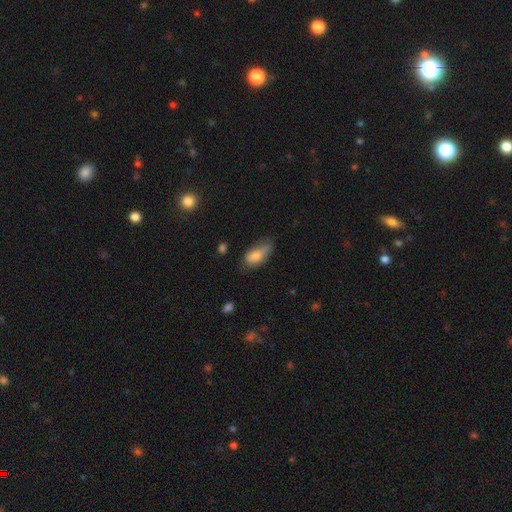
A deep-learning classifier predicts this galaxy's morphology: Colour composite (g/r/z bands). It shows a smooth galaxy with no disk features (80%) that is in between round and cigar-shaped (86%). Merging: none (42%).